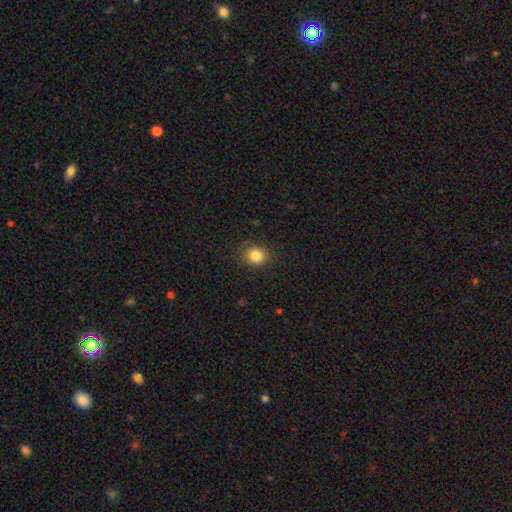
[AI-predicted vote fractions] A smooth galaxy with no disk features (83%) that is round (75%). Merging: none (84%).